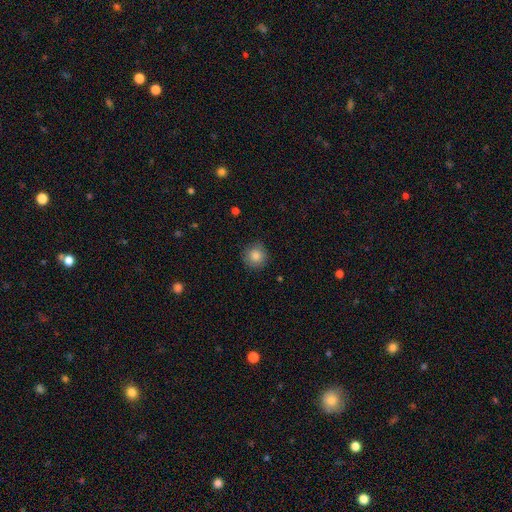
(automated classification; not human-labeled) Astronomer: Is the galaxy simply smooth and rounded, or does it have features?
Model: smooth — 85%.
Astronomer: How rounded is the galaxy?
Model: round — 93%.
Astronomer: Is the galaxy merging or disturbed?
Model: none — 85%.